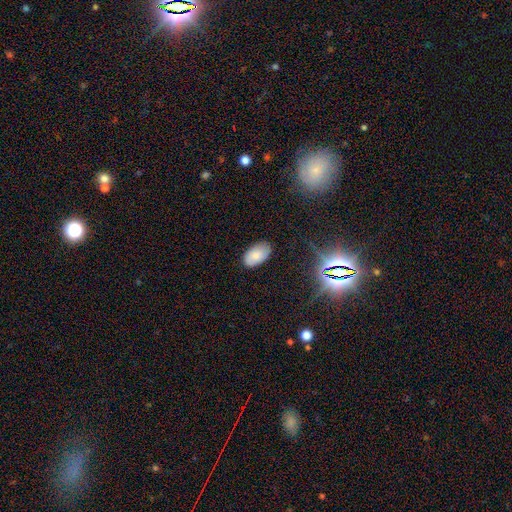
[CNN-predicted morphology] Smooth or featured?
  - smooth: 76% *
  - featured or disk: 15%
  - star or artifact: 10%
How rounded?
  - in between: 95% *
  - round: 4%
  - cigar-shaped: 1%
Merging?
  - none: 81% *
  - minor disturbance: 15%
  - major disturbance: 3%
  - merger: 1%